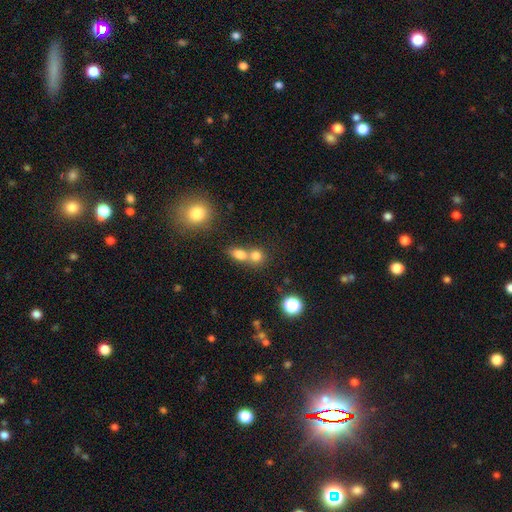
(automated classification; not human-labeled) This appears to be a smooth galaxy with no disk features (75%) that is round (71%). Merging: merger (56%).